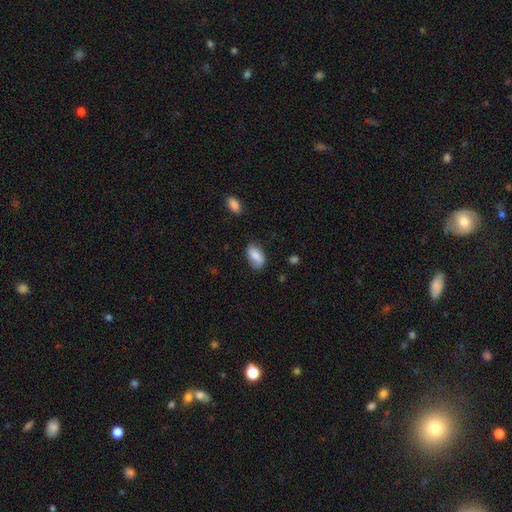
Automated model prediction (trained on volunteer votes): smooth 84%, featured or disk 9%, star or artifact 7%. Down the decision tree: how rounded — in between (93%); merging — none (75%).